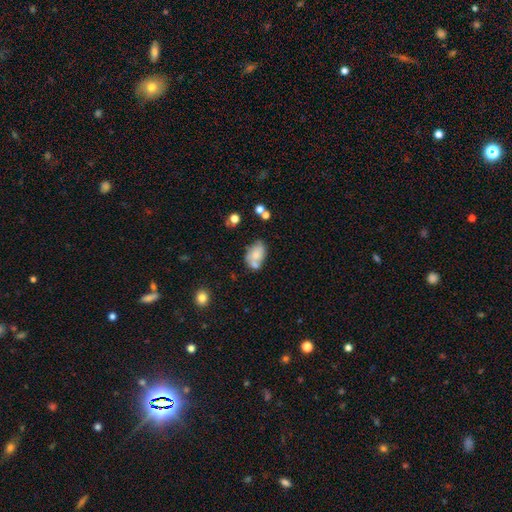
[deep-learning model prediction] Smooth or featured?
  - smooth: 65% *
  - featured or disk: 26%
  - star or artifact: 9%
How rounded?
  - in between: 86% *
  - round: 13%
  - cigar-shaped: 1%
Merging?
  - none: 42% *
  - merger: 28%
  - minor disturbance: 22%
  - major disturbance: 8%